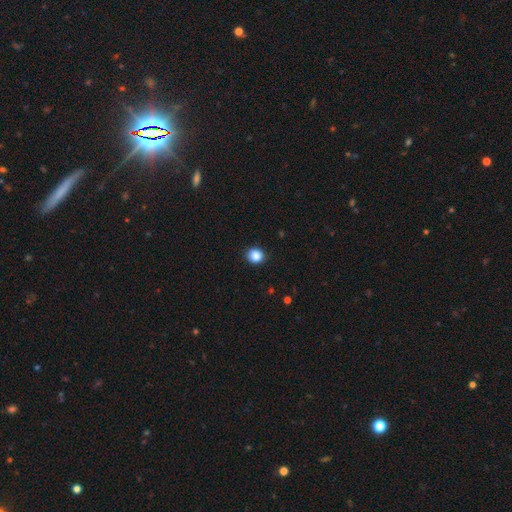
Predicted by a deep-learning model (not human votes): smooth_or_featured: smooth (p=0.87) [alt: star or artifact p=0.10]
how_rounded: round (p=0.81) [alt: in between p=0.18]
merging: none (p=0.91) [alt: minor disturbance p=0.07]